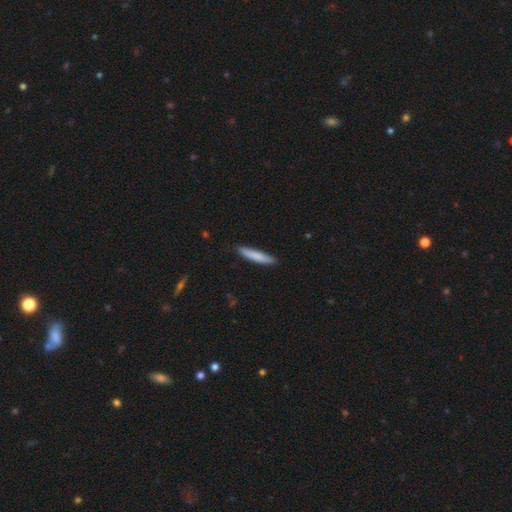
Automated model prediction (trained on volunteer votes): Smooth or featured: smooth — 82% (featured or disk — 13%)
How rounded: cigar-shaped — 91% (in between — 8%)
Merging: none — 87% (minor disturbance — 10%)